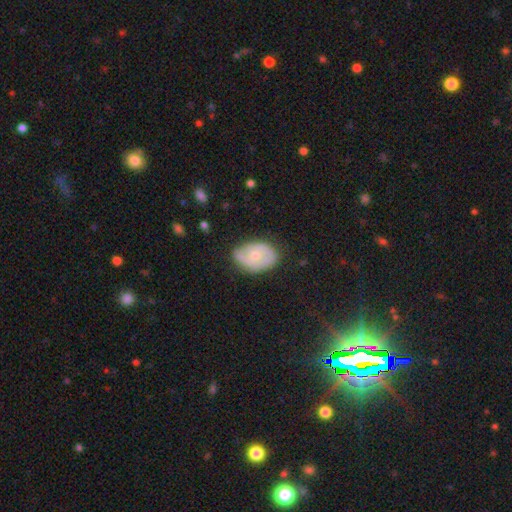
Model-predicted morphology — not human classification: smooth_or_featured: featured or disk (p=0.55) [alt: smooth p=0.39]
disk_edge_on: no (p=0.95) [alt: yes p=0.05]
bar: no (p=0.76) [alt: weak p=0.20]
has_spiral_arms: yes (p=0.68) [alt: no p=0.32]
bulge_size: small (p=0.54) [alt: moderate p=0.43]
merging: none (p=0.63) [alt: minor disturbance p=0.28]